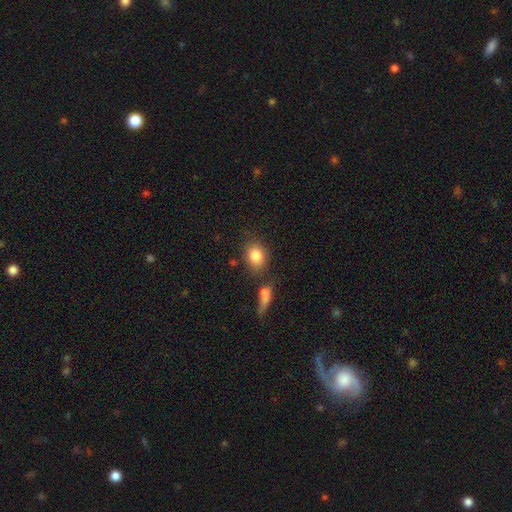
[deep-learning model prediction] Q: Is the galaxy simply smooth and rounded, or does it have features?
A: smooth — 83%.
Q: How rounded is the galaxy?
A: in between — 55%.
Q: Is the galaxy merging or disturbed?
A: none — 67%.